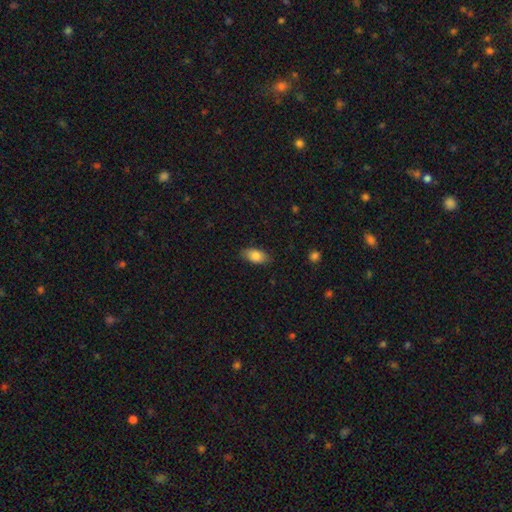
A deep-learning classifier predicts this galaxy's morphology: The model was most divided on "merging": none: 84%, minor disturbance: 12%, major disturbance: 3%, merger: 1%. More confident: how rounded — in between (90%); smooth or featured — smooth (85%).